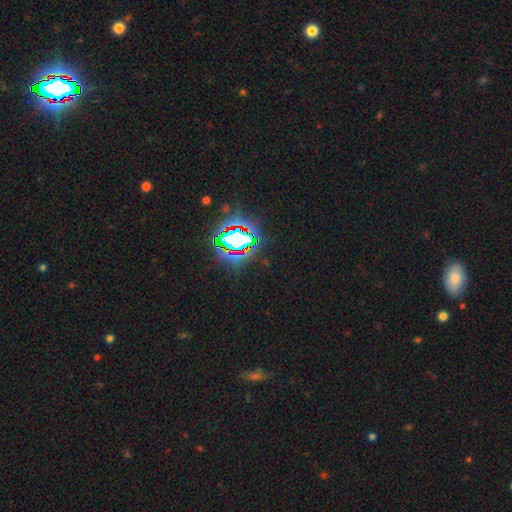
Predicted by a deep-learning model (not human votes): A star or artifact, not a galaxy (80%).

Vote fractions:
- Smooth or featured? star or artifact: 80% / smooth: 11% / featured or disk: 9%